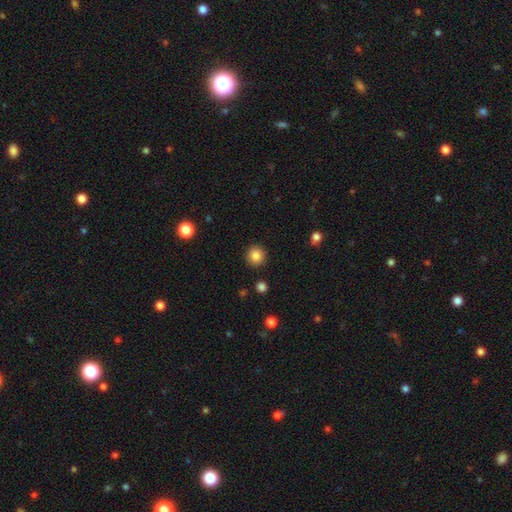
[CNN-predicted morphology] The model was most divided on "smooth or featured": smooth: 86%, star or artifact: 10%, featured or disk: 4%. More confident: how rounded — round (93%); merging — none (91%).